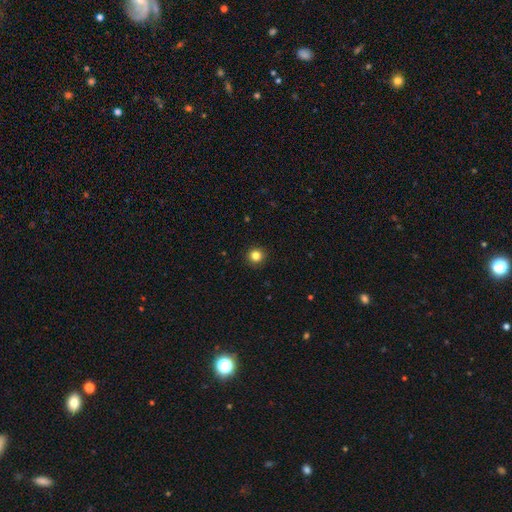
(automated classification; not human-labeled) The model was most divided on "smooth or featured": smooth: 83%, star or artifact: 12%, featured or disk: 5%. More confident: how rounded — round (95%); merging — none (93%).